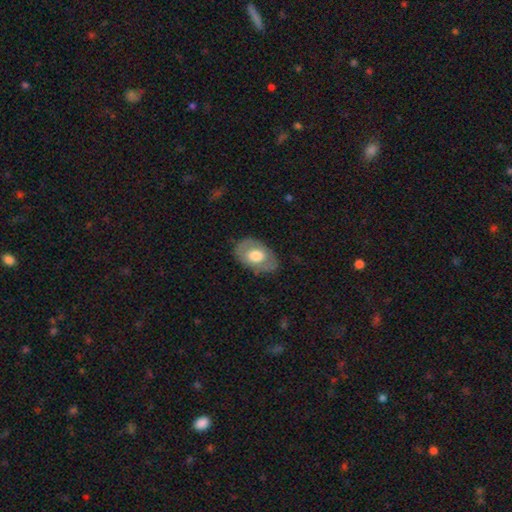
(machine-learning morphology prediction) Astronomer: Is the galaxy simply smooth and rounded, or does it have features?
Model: smooth — 55% (runner-up: featured or disk, 39%).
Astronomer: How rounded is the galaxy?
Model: in between — 85%.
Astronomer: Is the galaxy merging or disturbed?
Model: none — 77%.